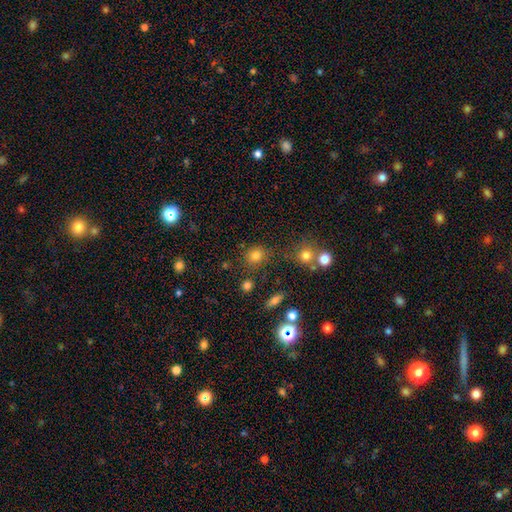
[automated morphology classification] smooth 77%, star or artifact 15%, featured or disk 8%. Down the decision tree: how rounded — round (78%); merging — none (75%).